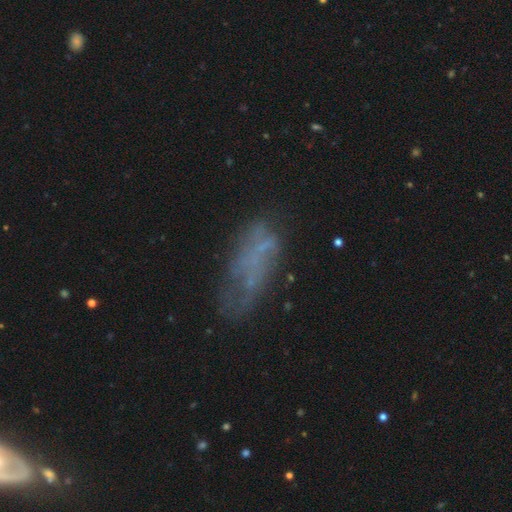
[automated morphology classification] A featured or disk galaxy (43%).

Vote fractions:
- Smooth or featured? featured or disk: 43% / smooth: 39% / star or artifact: 18%
- Merging? none: 48% / minor disturbance: 23% / major disturbance: 23% / merger: 5%